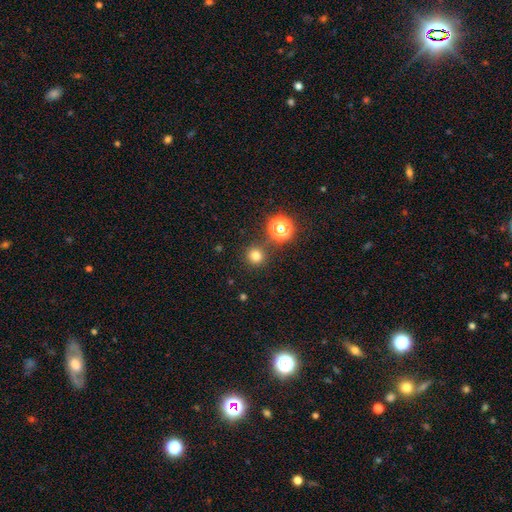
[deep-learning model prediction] smooth_or_featured: smooth (p=0.76) [alt: star or artifact p=0.18]
how_rounded: round (p=0.94) [alt: in between p=0.05]
merging: none (p=0.85) [alt: minor disturbance p=0.07]